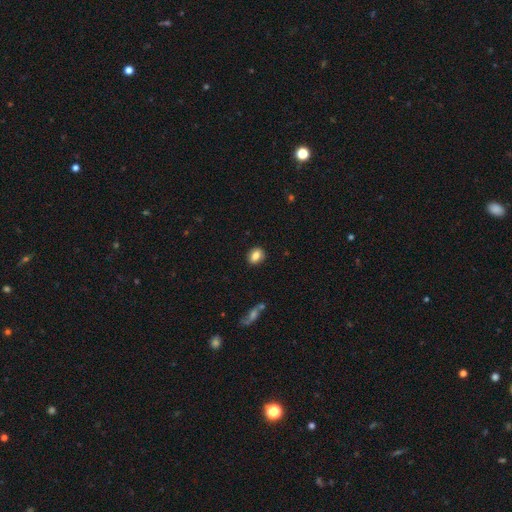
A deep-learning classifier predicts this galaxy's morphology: smooth_or_featured: smooth (p=0.82) [alt: featured or disk p=0.10]
how_rounded: in between (p=0.62) [alt: round p=0.36]
merging: none (p=0.88) [alt: minor disturbance p=0.09]